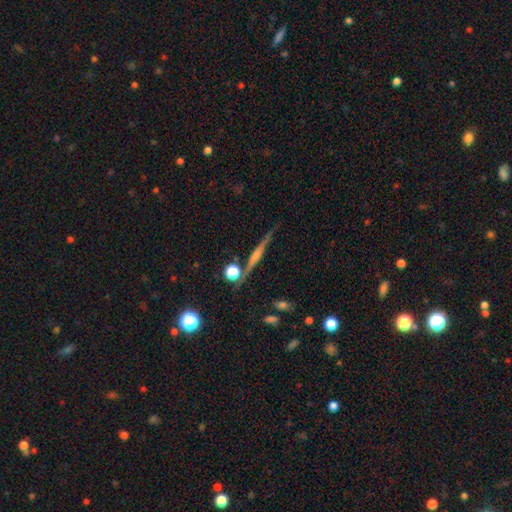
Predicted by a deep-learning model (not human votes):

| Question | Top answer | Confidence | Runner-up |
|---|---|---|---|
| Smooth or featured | featured or disk | 61% | smooth (22%) |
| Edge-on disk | yes | 93% | no (7%) |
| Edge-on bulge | rounded | 67% | none (23%) |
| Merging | none | 80% | minor disturbance (10%) |